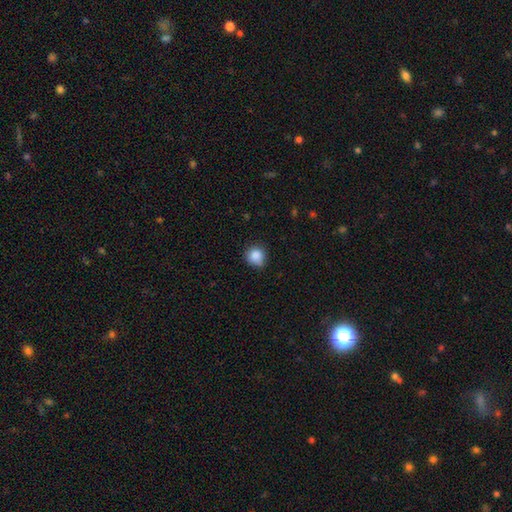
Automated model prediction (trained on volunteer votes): Q: Smooth or featured?
A: smooth (86%); runner-up: star or artifact (10%)
Q: How rounded?
A: round (85%); runner-up: in between (14%)
Q: Merging?
A: none (68%); runner-up: minor disturbance (26%)